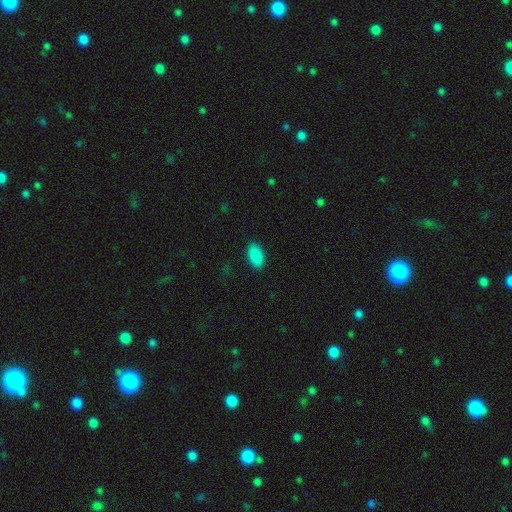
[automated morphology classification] A smooth galaxy with no disk features (90%) that is in between round and cigar-shaped (94%).

Vote fractions:
- Smooth or featured? smooth: 90% / star or artifact: 8% / featured or disk: 3%
- How rounded? in between: 94% / cigar-shaped: 3% / round: 3%
- Merging? none: 89% / minor disturbance: 8% / major disturbance: 2% / merger: 1%